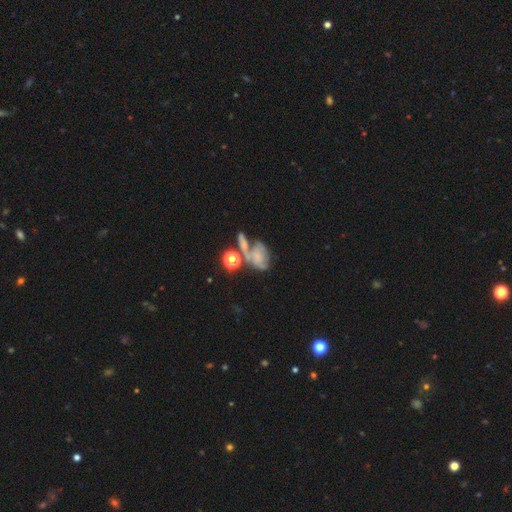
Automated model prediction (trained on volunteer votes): This appears to be a featured or disk galaxy (46%). Merging: merger (36%).